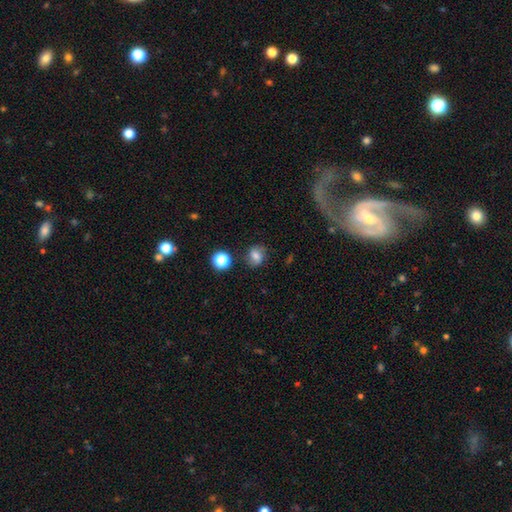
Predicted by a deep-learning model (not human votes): Smooth or featured? smooth (65%)
How rounded? round (66%)
Merging? none (76%)